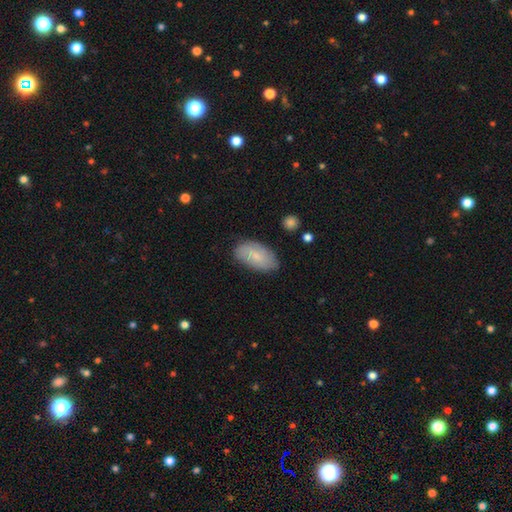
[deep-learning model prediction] smooth_or_featured: smooth (p=0.69) [alt: featured or disk p=0.25]
how_rounded: in between (p=0.94) [alt: round p=0.03]
merging: none (p=0.78) [alt: minor disturbance p=0.17]